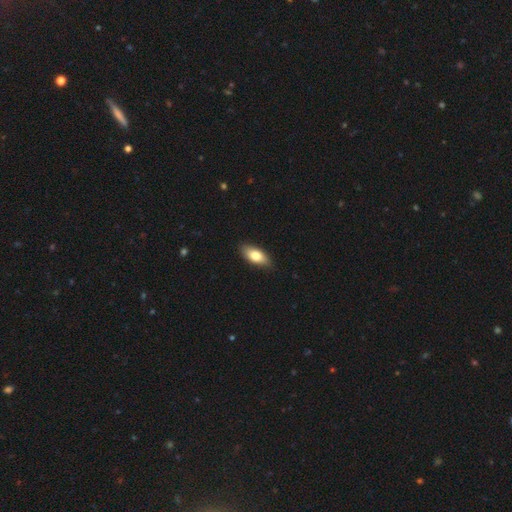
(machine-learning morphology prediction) Smooth or featured? smooth (76%)
How rounded? in between (85%)
Merging? none (86%)